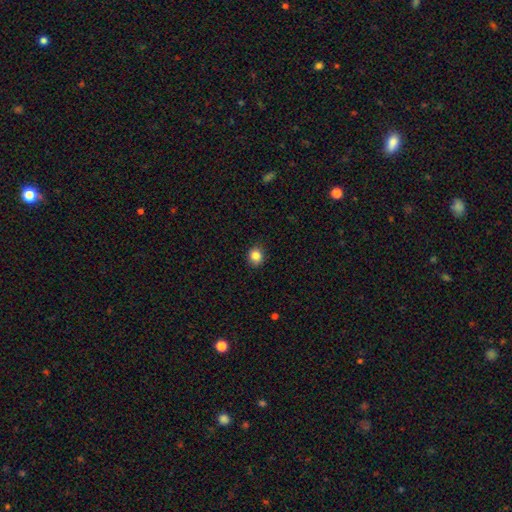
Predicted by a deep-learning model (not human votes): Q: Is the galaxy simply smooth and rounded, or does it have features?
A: smooth — 85%.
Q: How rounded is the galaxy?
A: round — 73%.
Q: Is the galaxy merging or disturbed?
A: none — 88%.